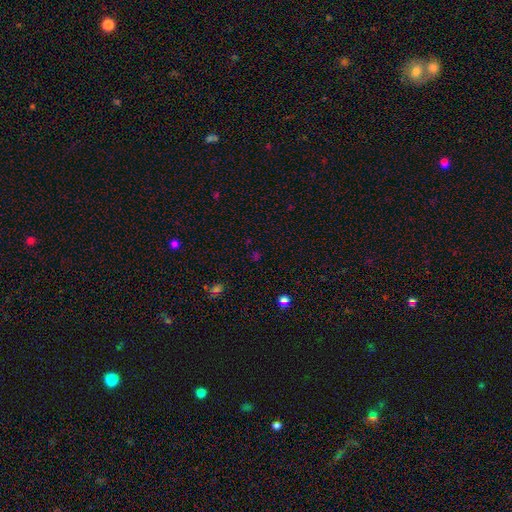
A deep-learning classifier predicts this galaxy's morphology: This is possibly a star or artifact rather than a galaxy (56%).